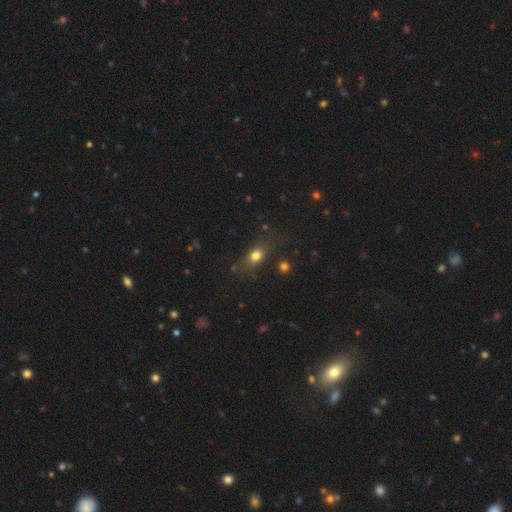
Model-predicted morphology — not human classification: smooth_or_featured: smooth (p=0.74) [alt: star or artifact p=0.14]
how_rounded: in between (p=0.58) [alt: round p=0.31]
merging: none (p=0.72) [alt: minor disturbance p=0.17]